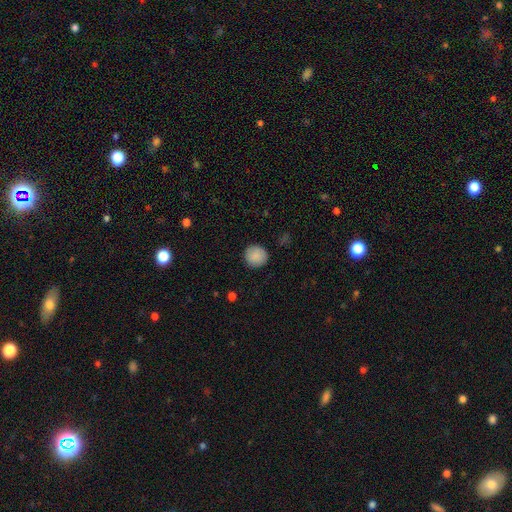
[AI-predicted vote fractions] This appears to be a smooth galaxy with no disk features (88%) that is round (91%). Merging: none (88%).